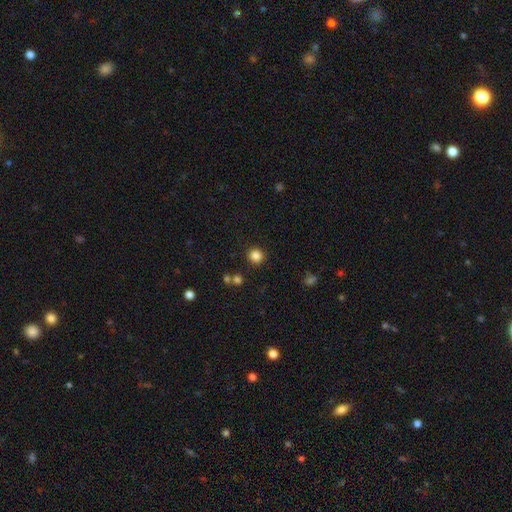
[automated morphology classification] Smooth or featured?
  - smooth: 84% *
  - star or artifact: 12%
  - featured or disk: 4%
How rounded?
  - round: 93% *
  - in between: 6%
  - cigar-shaped: 1%
Merging?
  - none: 90% *
  - minor disturbance: 6%
  - merger: 3%
  - major disturbance: 2%